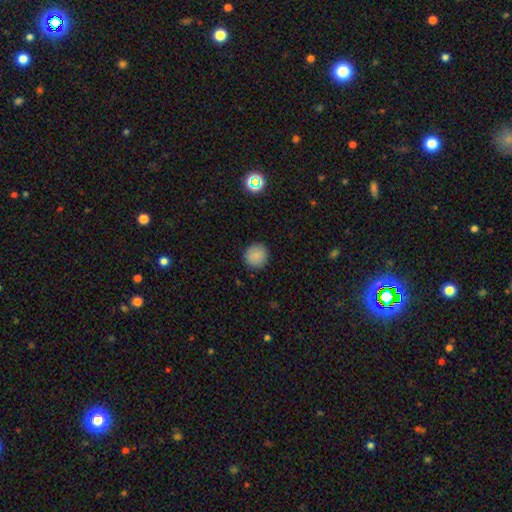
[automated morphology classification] Smooth or featured? smooth (85%)
How rounded? round (94%)
Merging? none (90%)